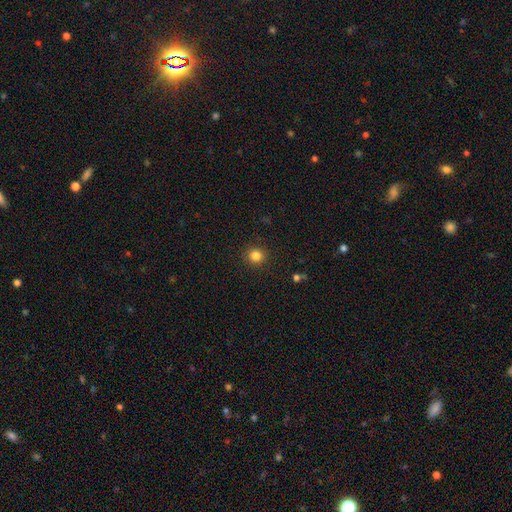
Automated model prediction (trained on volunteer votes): Smooth or featured? smooth (83%)
How rounded? round (93%)
Merging? none (91%)